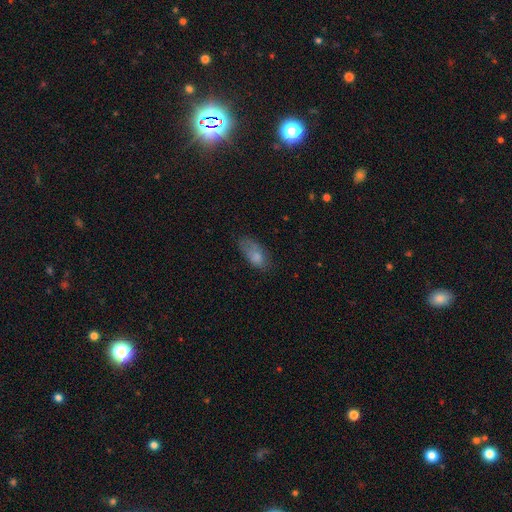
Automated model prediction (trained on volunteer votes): Overall: smooth (78%). How rounded: in between (89%). Merging: none (51%; minor disturbance 32%).